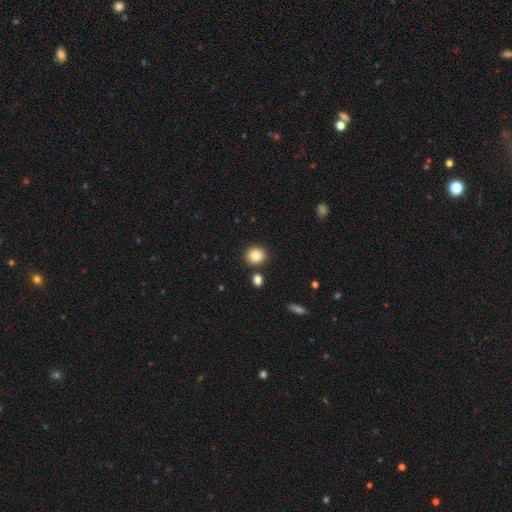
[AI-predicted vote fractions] This appears to be a smooth galaxy with no disk features (84%) that is round (87%). Merging: none (86%).